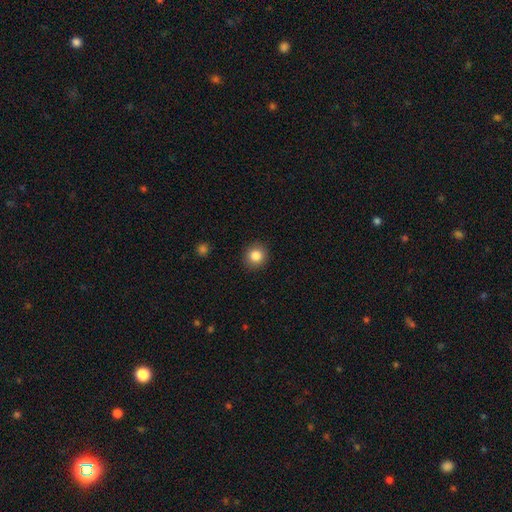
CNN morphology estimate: This is clearly a smooth galaxy (85%). How rounded: clearly round (91%). Merging: clearly none (91%).